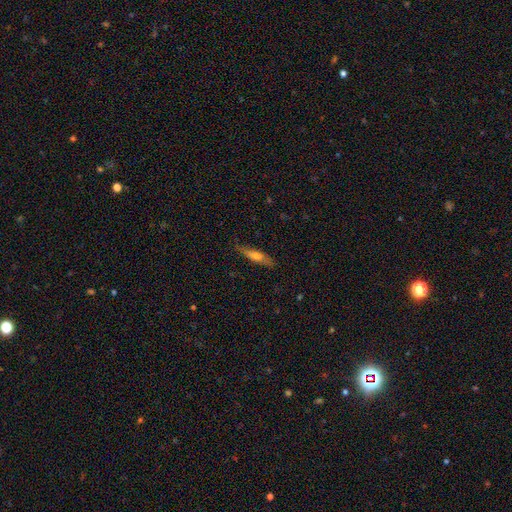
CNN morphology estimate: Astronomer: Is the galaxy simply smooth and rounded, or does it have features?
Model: smooth — 53% (runner-up: featured or disk, 41%).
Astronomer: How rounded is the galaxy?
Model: cigar-shaped — 81%.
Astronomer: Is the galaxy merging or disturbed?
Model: none — 77%.